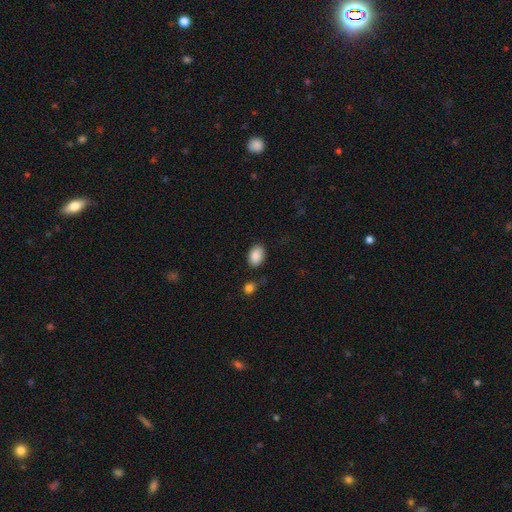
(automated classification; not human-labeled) A smooth galaxy with no disk features (89%) that is in between round and cigar-shaped (85%). Merging: none (76%).